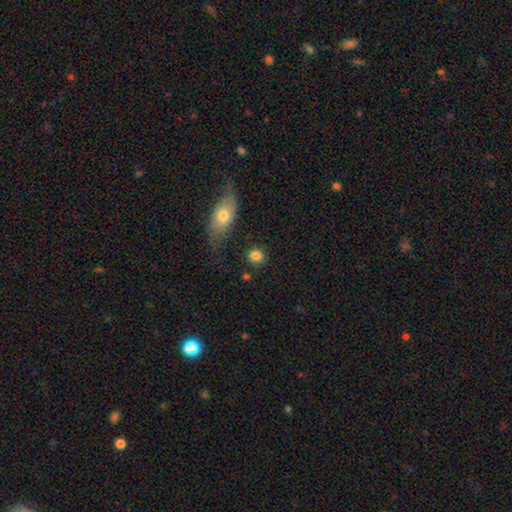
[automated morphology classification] Smooth or featured?
  - smooth: 84% *
  - star or artifact: 9%
  - featured or disk: 7%
How rounded?
  - round: 85% *
  - in between: 13%
  - cigar-shaped: 2%
Merging?
  - none: 82% *
  - minor disturbance: 9%
  - merger: 6%
  - major disturbance: 3%